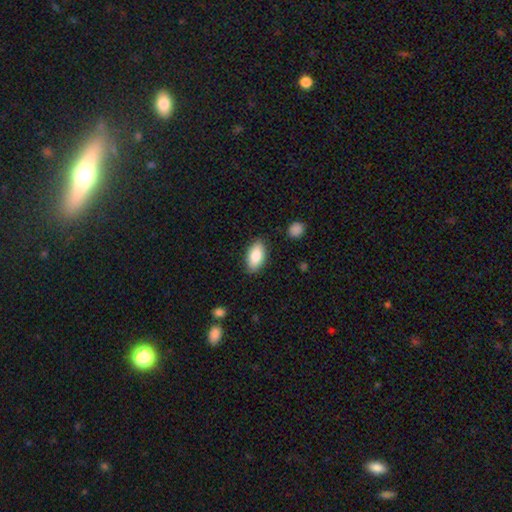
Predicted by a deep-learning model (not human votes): The model was most divided on "merging": none: 86%, minor disturbance: 10%, major disturbance: 2%, merger: 2%. More confident: how rounded — in between (90%); smooth or featured — smooth (85%).